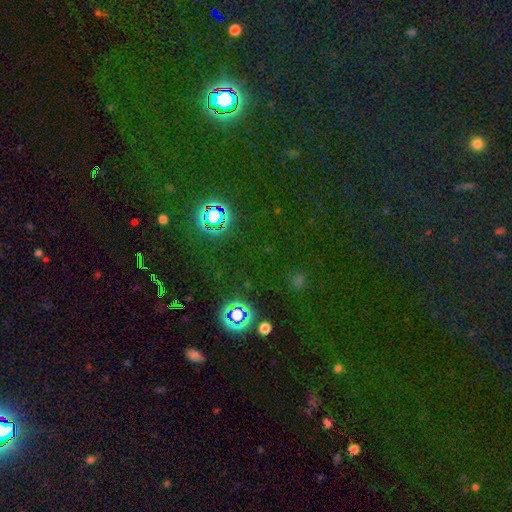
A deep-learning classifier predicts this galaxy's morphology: Smooth or featured: star or artifact — 75% (smooth — 18%)